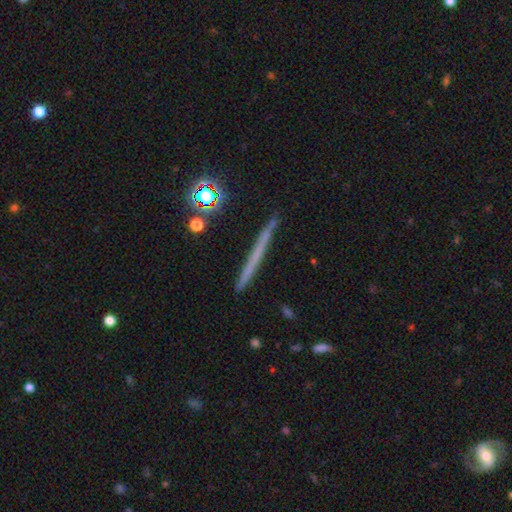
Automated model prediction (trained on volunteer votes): Smooth or featured? featured or disk (46%)
Merging? none (90%)